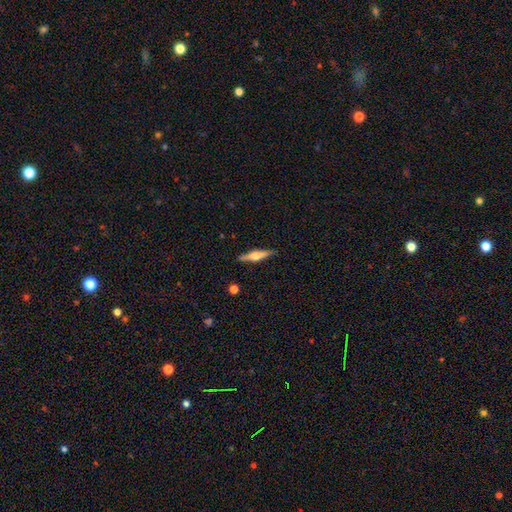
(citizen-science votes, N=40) Morphology: type=featured or disk (68%); edge-on=yes (96%); edge-on bulge=rounded (100%); merging=none (94%).